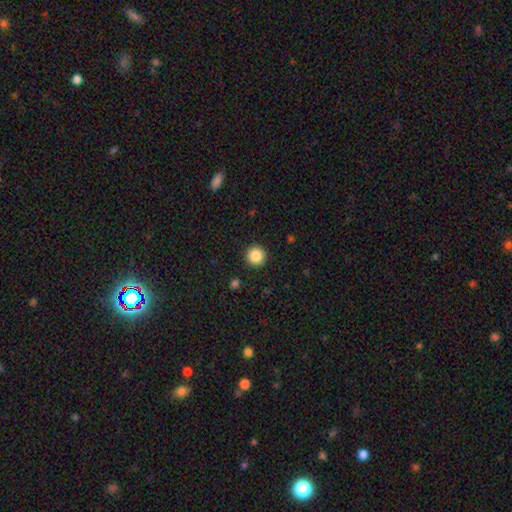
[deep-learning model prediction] Smooth or featured? smooth (86%)
How rounded? round (96%)
Merging? none (93%)